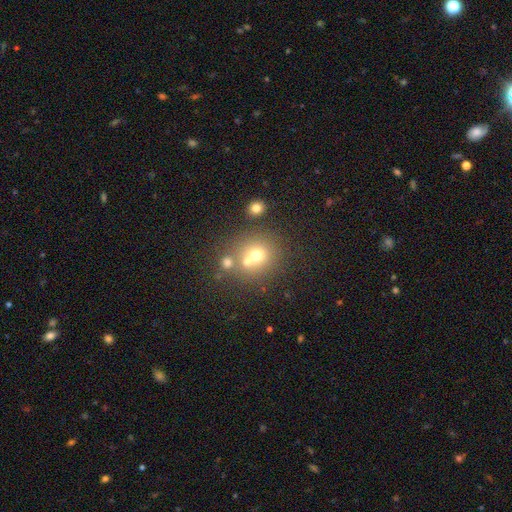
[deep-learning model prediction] This is likely a smooth galaxy (65%). How rounded: clearly round (86%). Merging: possibly none (55%).